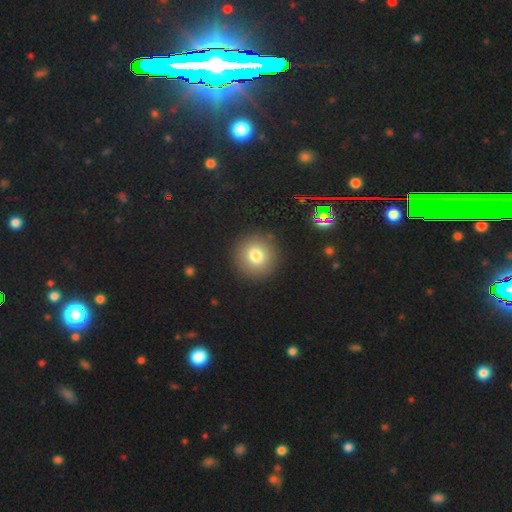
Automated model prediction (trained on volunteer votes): Smooth or featured?
  - smooth: 77% *
  - star or artifact: 12%
  - featured or disk: 10%
How rounded?
  - round: 93% *
  - in between: 6%
  - cigar-shaped: 1%
Merging?
  - none: 90% *
  - minor disturbance: 6%
  - major disturbance: 2%
  - merger: 1%